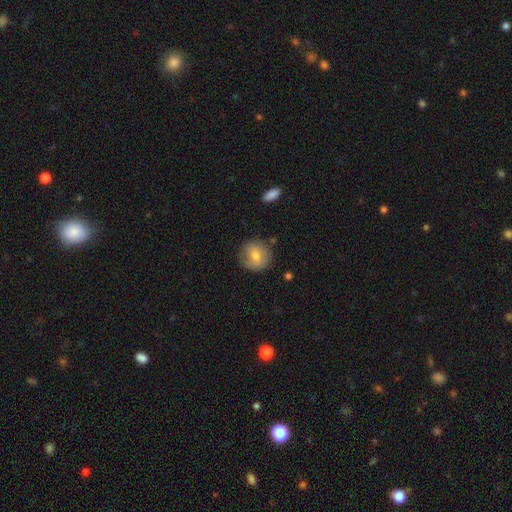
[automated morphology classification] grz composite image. It shows a smooth galaxy with no disk features (71%) that is round (88%). Merging: none (77%).